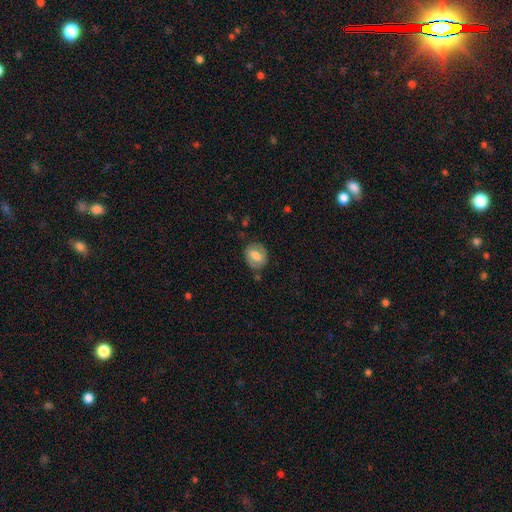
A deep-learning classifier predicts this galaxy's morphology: Smooth or featured: smooth — 59% (featured or disk — 34%)
How rounded: round — 50% (in between — 49%)
Merging: none — 74% (minor disturbance — 18%)